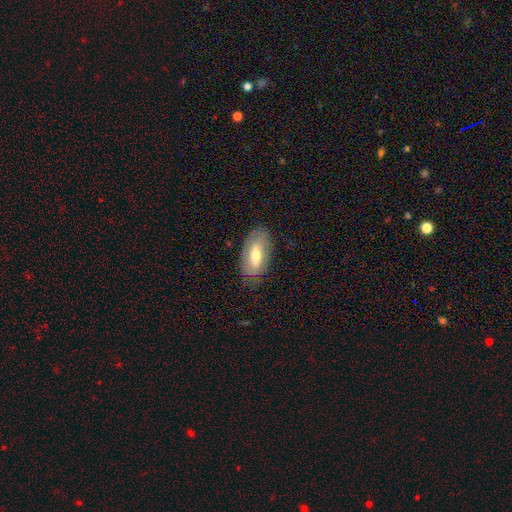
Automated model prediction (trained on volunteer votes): This is possibly a smooth galaxy (58%). How rounded: clearly in between (90%). Merging: likely none (78%).